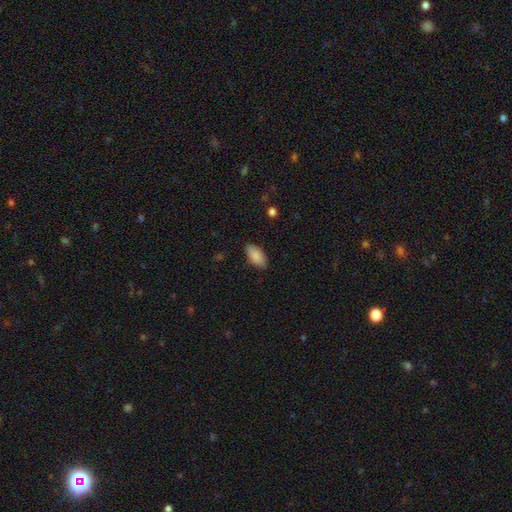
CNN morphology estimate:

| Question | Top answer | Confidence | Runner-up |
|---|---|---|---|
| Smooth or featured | smooth | 89% | star or artifact (6%) |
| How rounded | in between | 92% | cigar-shaped (6%) |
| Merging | none | 85% | minor disturbance (12%) |